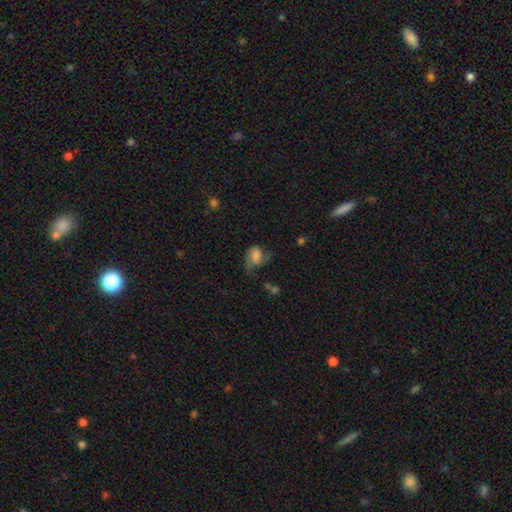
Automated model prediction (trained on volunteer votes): featured or disk 45%, smooth 44%, star or artifact 11%. Down the decision tree: merging — major disturbance (36%).